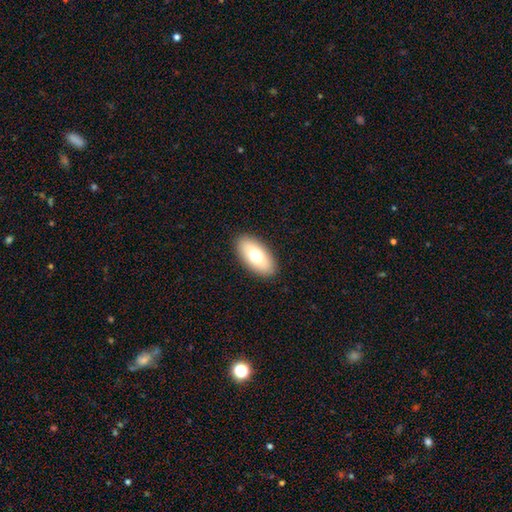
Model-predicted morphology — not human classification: smooth-or-featured: smooth: 71% | featured or disk: 22% | star or artifact: 7%
  how-rounded: in between: 92% | cigar-shaped: 5% | round: 3%
  merging: none: 89% | minor disturbance: 8% | major disturbance: 2% | merger: 1%